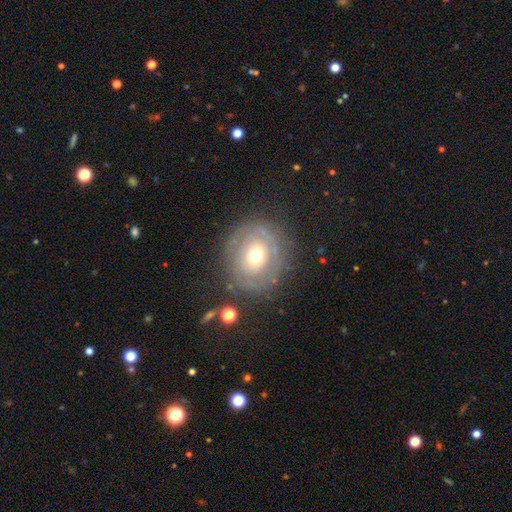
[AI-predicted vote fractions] A featured or disk galaxy (54%) with no bar (85%), no spiral arms (66%) and a moderate central bulge (57%). Merging: none (74%).